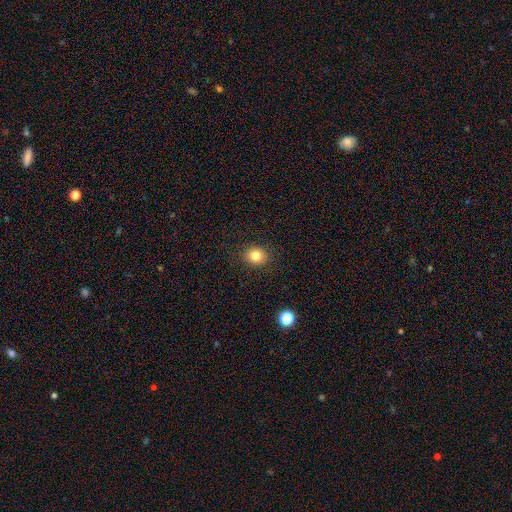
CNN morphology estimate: smooth 82%, star or artifact 11%, featured or disk 7%. Down the decision tree: how rounded — round (71%); merging — none (89%).